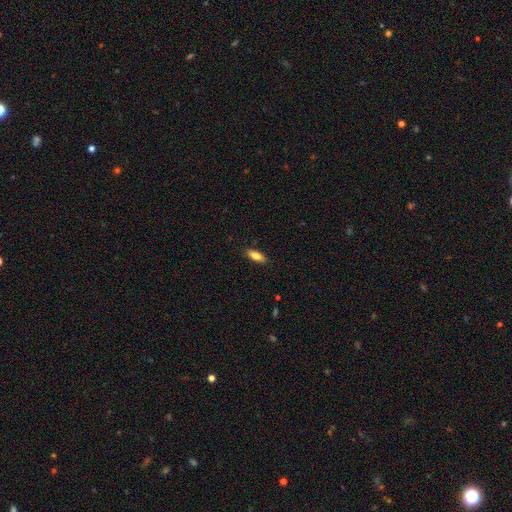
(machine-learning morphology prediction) Smooth or featured: smooth — 82% (featured or disk — 11%)
How rounded: in between — 72% (cigar-shaped — 25%)
Merging: none — 88% (minor disturbance — 9%)